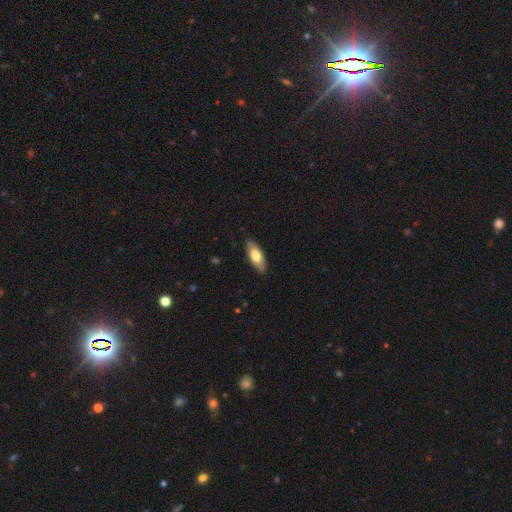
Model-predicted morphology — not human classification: A smooth galaxy with no disk features (71%) that is in between round and cigar-shaped (75%). Merging: none (86%).